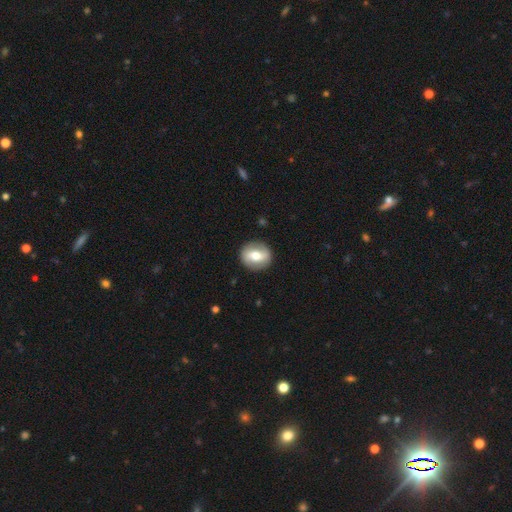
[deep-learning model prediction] Smooth or featured?
  - smooth: 48% *
  - featured or disk: 45%
  - star or artifact: 7%
Merging?
  - none: 89% *
  - minor disturbance: 8%
  - major disturbance: 3%
  - merger: 1%